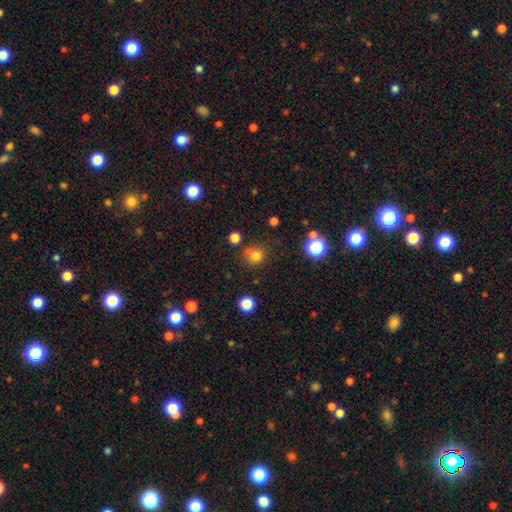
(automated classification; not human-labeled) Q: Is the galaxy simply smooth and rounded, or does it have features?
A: smooth — 75%.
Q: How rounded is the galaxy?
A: round — 83%.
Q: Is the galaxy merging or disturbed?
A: none — 62%.